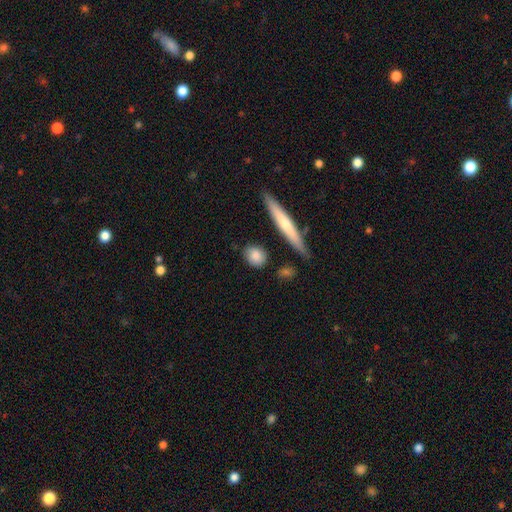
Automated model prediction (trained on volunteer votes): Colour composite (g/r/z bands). It shows a smooth galaxy with no disk features (83%) that is round (59%). Merging: none (82%).